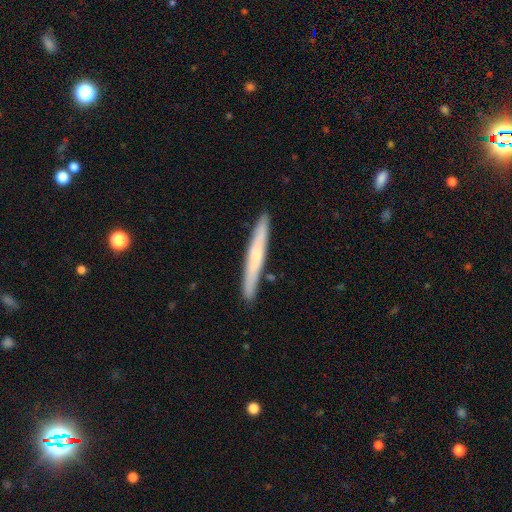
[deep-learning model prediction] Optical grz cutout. It shows a smooth galaxy with no disk features (55%) that is cigar-shaped (96%). Merging: none (89%).